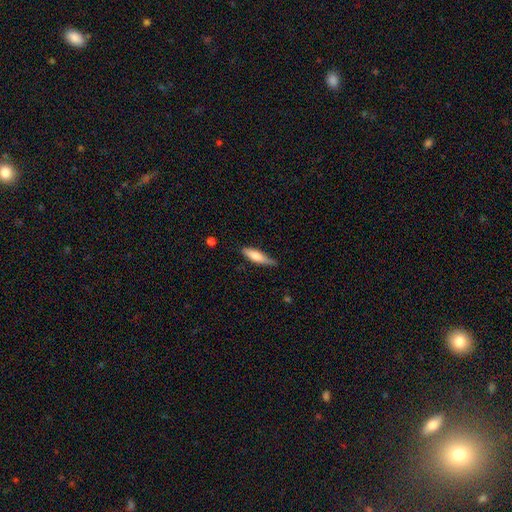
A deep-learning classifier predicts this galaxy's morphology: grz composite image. It shows a smooth galaxy with no disk features (71%) that is cigar-shaped (66%). Merging: none (61%).